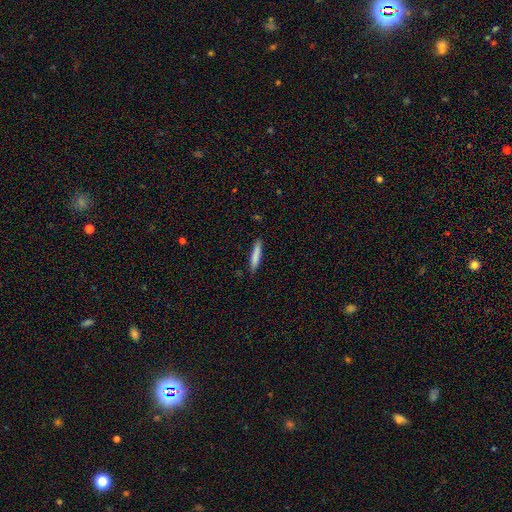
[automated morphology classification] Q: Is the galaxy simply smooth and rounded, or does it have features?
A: smooth — 81%.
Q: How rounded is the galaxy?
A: cigar-shaped — 92%.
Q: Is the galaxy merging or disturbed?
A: none — 88%.